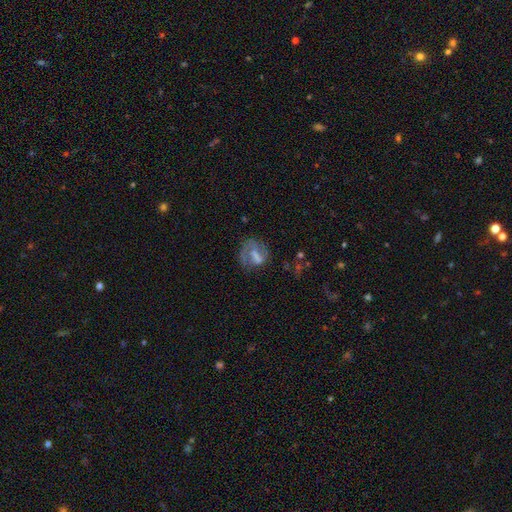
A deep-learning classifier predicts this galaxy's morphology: A featured or disk galaxy (46%).

Vote fractions:
- Smooth or featured? featured or disk: 46% / smooth: 43% / star or artifact: 11%
- Merging? none: 44% / major disturbance: 28% / minor disturbance: 24% / merger: 4%